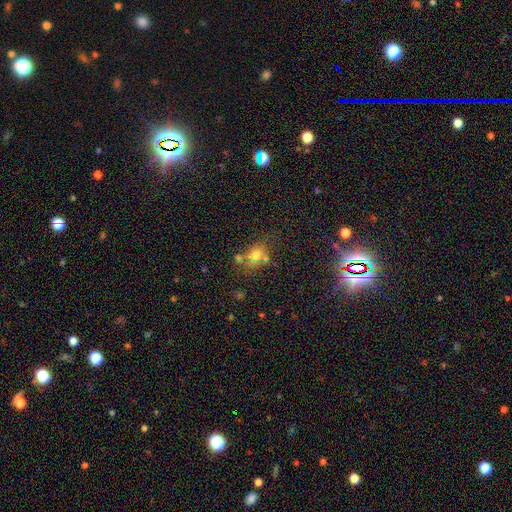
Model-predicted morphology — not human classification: Smooth or featured? smooth (67%)
How rounded? round (55%)
Merging? none (52%)